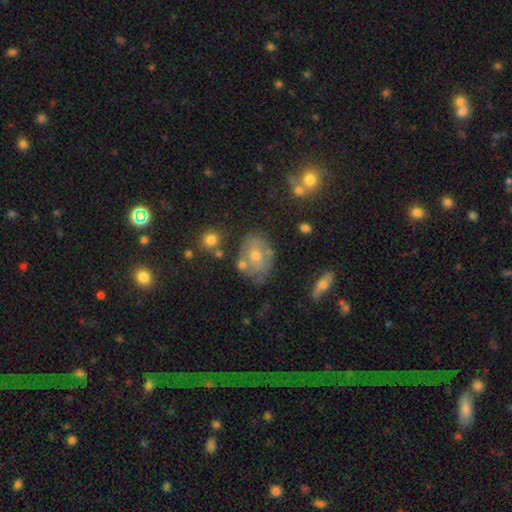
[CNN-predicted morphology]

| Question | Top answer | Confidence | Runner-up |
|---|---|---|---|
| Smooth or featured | featured or disk | 49% | smooth (40%) |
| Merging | none | 63% | minor disturbance (22%) |